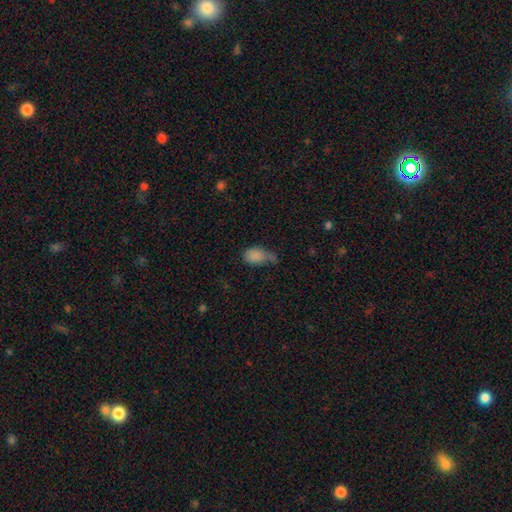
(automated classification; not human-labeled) A smooth galaxy with no disk features (82%) that is in between round and cigar-shaped (86%). Merging: minor disturbance (40%).